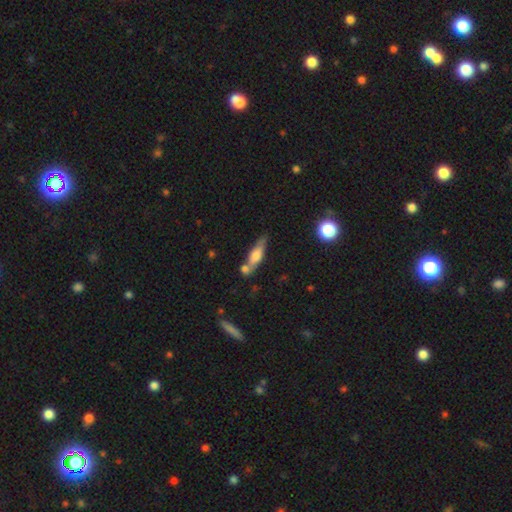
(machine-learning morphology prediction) smooth 52%, featured or disk 40%, star or artifact 8%. Down the decision tree: how rounded — cigar-shaped (64%); merging — none (53%).